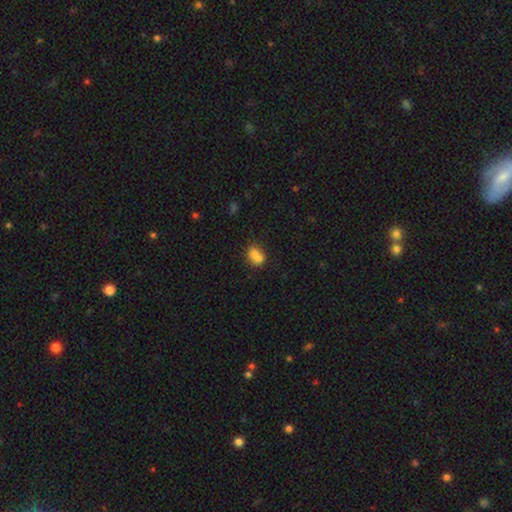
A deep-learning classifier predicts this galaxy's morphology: Smooth or featured: smooth — 71% (featured or disk — 19%)
How rounded: round — 59% (in between — 39%)
Merging: merger — 59% (none — 29%)